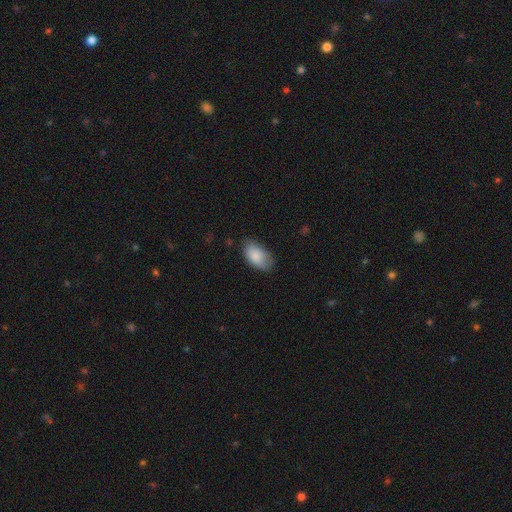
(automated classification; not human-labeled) A smooth galaxy with no disk features (84%) that is in between round and cigar-shaped (94%).

Vote fractions:
- Smooth or featured? smooth: 84% / featured or disk: 9% / star or artifact: 6%
- How rounded? in between: 94% / round: 4% / cigar-shaped: 2%
- Merging? none: 72% / minor disturbance: 22% / major disturbance: 5% / merger: 1%